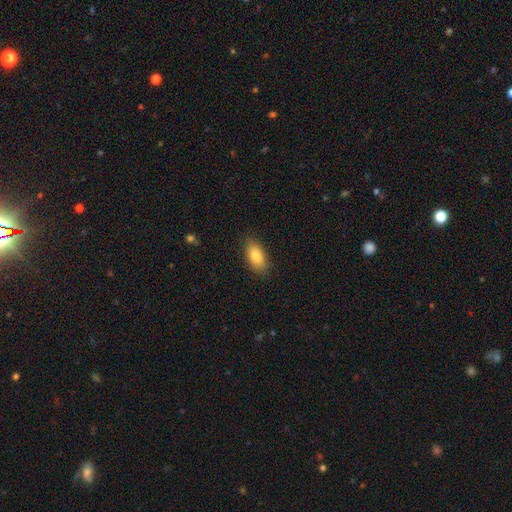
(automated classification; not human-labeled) The model was most divided on "smooth or featured": smooth: 84%, featured or disk: 9%, star or artifact: 7%. More confident: how rounded — in between (90%); merging — none (87%).